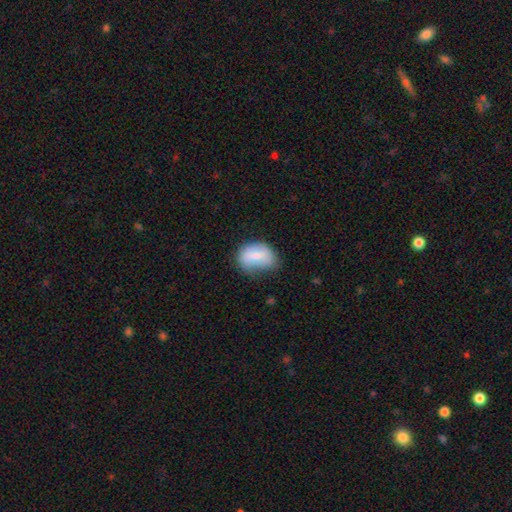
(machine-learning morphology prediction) Smooth or featured: smooth — 76% (featured or disk — 17%)
How rounded: in between — 75% (round — 24%)
Merging: none — 47% (minor disturbance — 39%)